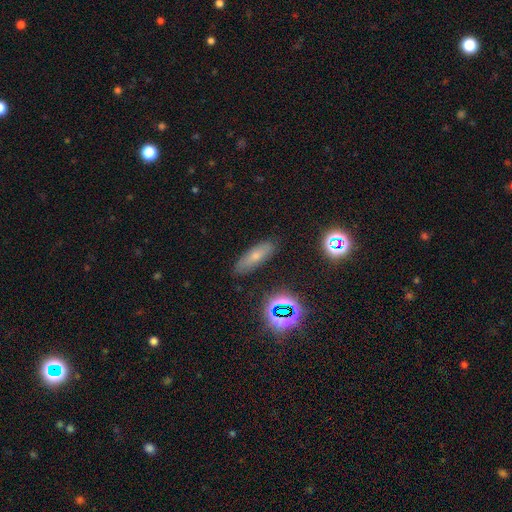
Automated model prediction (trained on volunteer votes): Overall: smooth (62%). How rounded: cigar-shaped (49%; in between 47%). Merging: none (84%).